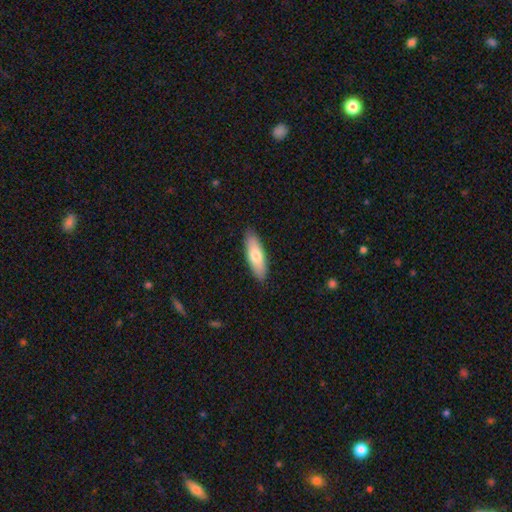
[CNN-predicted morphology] Q: Smooth or featured?
A: smooth (71%); runner-up: featured or disk (23%)
Q: How rounded?
A: in between (54%); runner-up: cigar-shaped (44%)
Q: Merging?
A: none (89%); runner-up: minor disturbance (8%)